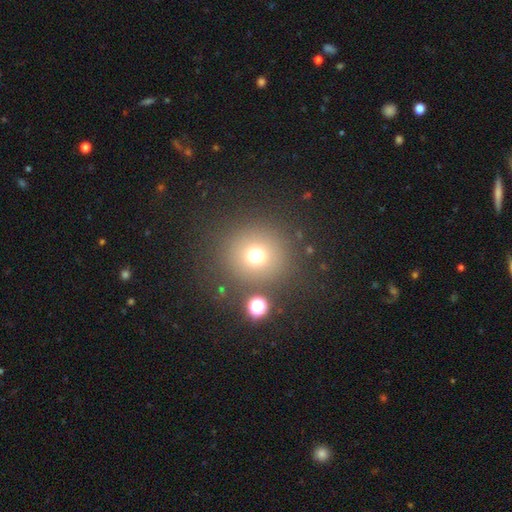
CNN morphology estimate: This appears to be a smooth galaxy with no disk features (71%) that is round (92%). Merging: none (82%).